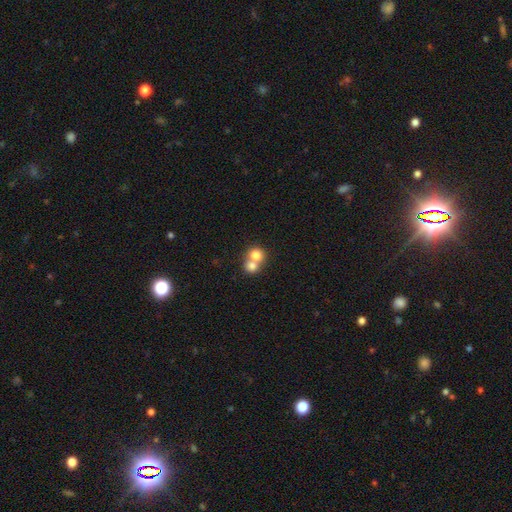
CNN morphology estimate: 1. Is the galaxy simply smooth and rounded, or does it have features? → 76% smooth, 15% featured or disk, 9% star or artifact.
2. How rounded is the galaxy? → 80% round, 19% in between, 1% cigar-shaped.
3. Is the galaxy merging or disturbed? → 66% merger, 28% none, 4% minor disturbance, 2% major disturbance.